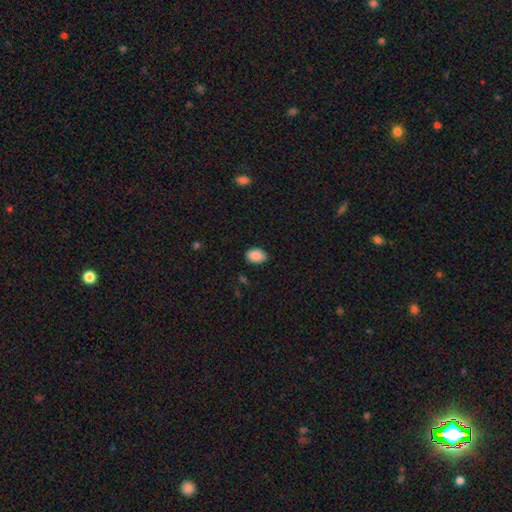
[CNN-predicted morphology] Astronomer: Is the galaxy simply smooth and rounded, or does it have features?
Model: smooth — 88%.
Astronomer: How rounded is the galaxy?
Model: in between — 81%.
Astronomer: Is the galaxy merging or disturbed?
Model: none — 79%.